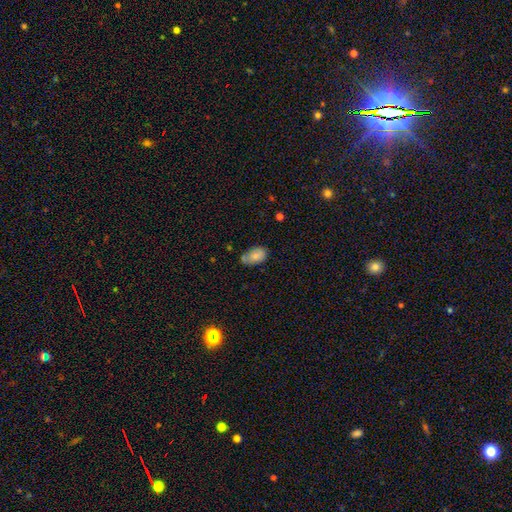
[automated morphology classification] smooth 83%, featured or disk 9%, star or artifact 8%. Down the decision tree: how rounded — in between (92%); merging — none (55%).